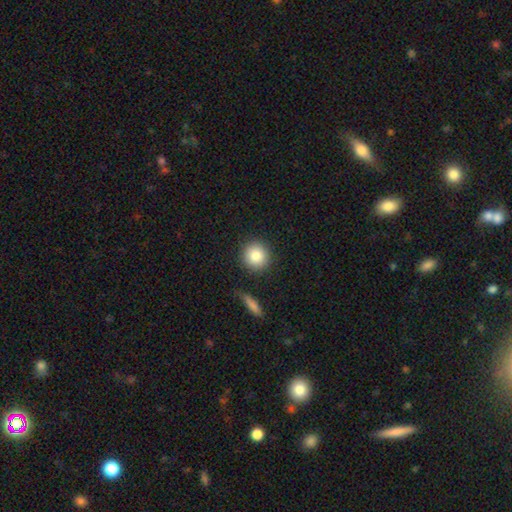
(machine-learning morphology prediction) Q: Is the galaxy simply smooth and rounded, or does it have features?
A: smooth — 85%.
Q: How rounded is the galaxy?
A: round — 91%.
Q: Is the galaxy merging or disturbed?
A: none — 87%.